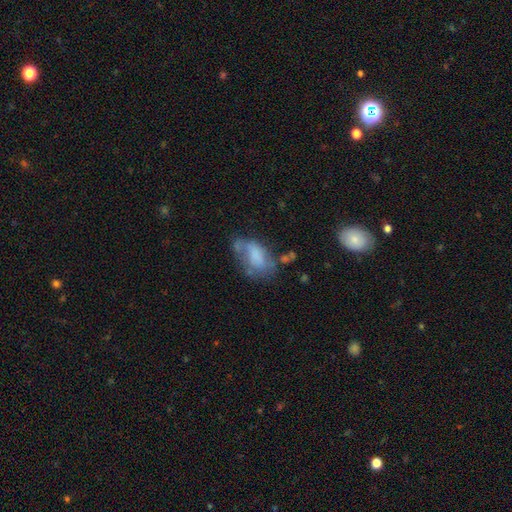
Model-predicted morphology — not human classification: Smooth or featured? Predicted: smooth (p=0.59). How rounded? Predicted: in between (p=0.90). Merging? Predicted: none (p=0.32).